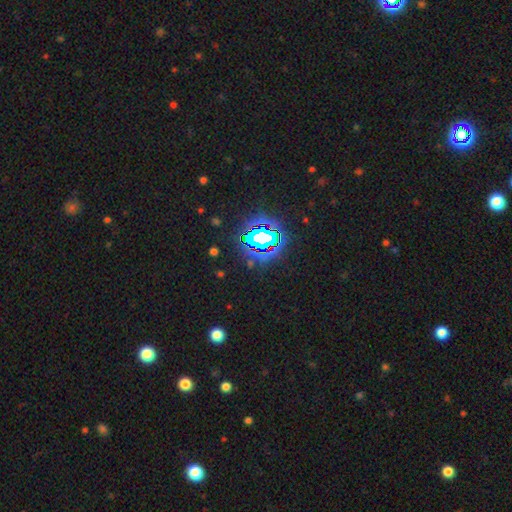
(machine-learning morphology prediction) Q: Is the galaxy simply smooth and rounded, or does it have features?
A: star or artifact — 83%.